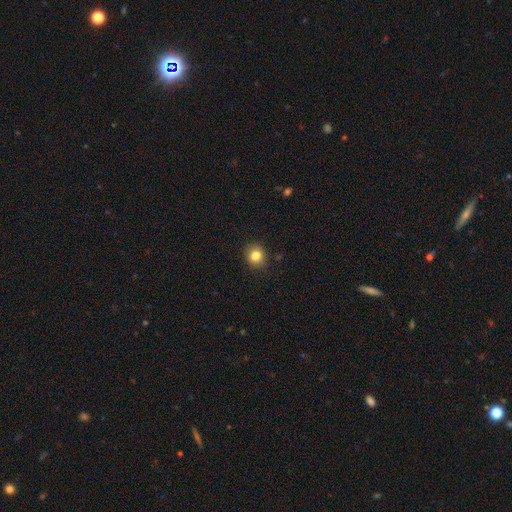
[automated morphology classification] This is clearly a smooth galaxy (82%). How rounded: clearly round (84%). Merging: clearly none (89%).